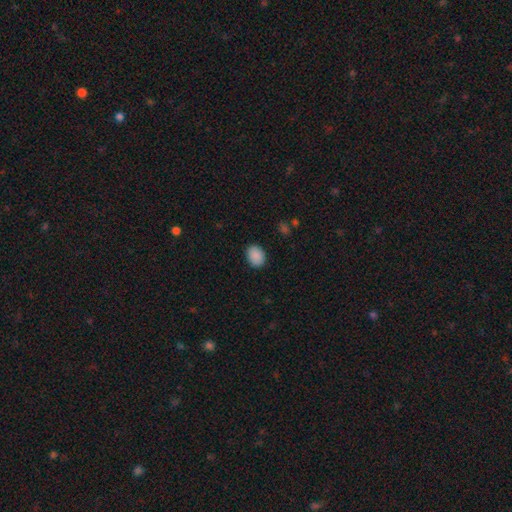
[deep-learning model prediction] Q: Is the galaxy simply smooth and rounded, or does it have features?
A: smooth — 90%.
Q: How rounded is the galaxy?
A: in between — 62%.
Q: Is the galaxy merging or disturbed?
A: none — 88%.